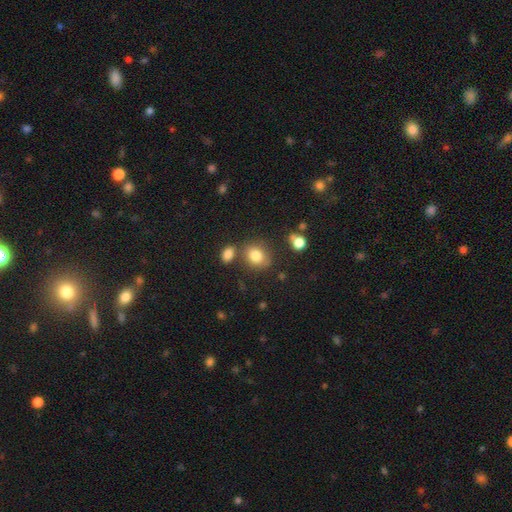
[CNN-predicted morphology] This appears to be a smooth galaxy with no disk features (82%) that is round (51%). Merging: none (67%).